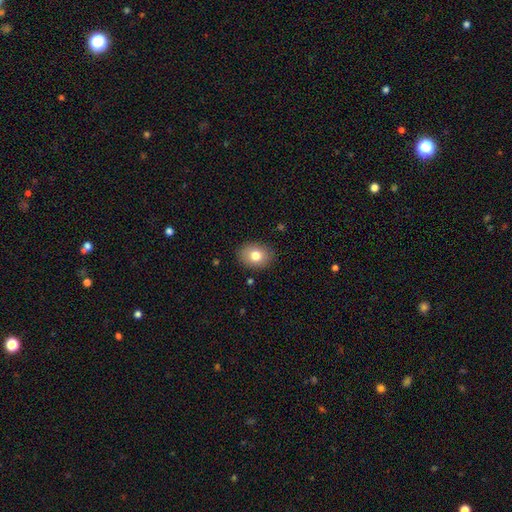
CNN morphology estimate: Smooth or featured? smooth (79%)
How rounded? in between (61%)
Merging? none (87%)